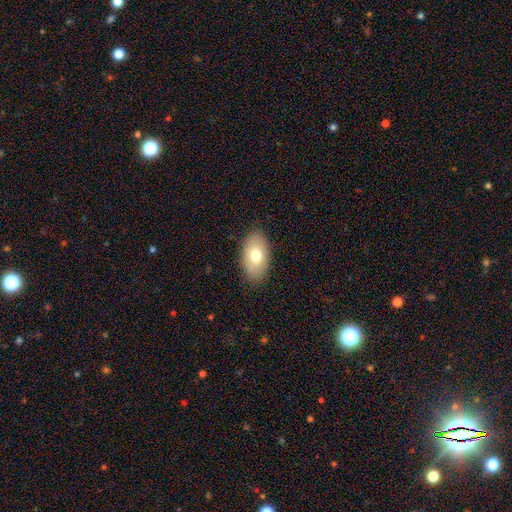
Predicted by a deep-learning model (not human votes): A smooth galaxy with no disk features (72%) that is in between round and cigar-shaped (92%). Merging: none (85%).